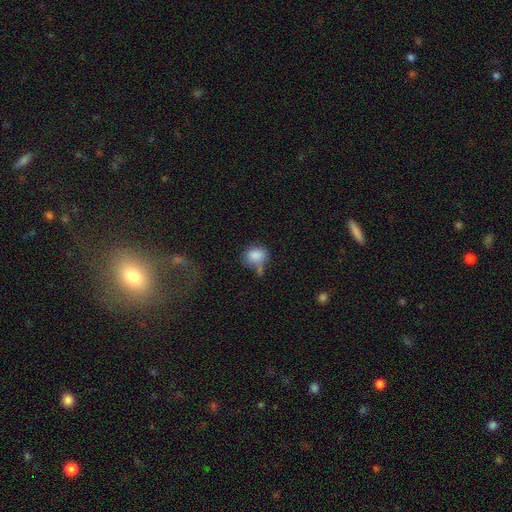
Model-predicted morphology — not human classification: Smooth or featured: smooth — 83% (star or artifact — 9%)
How rounded: in between — 57% (round — 41%)
Merging: none — 42% (minor disturbance — 25%)